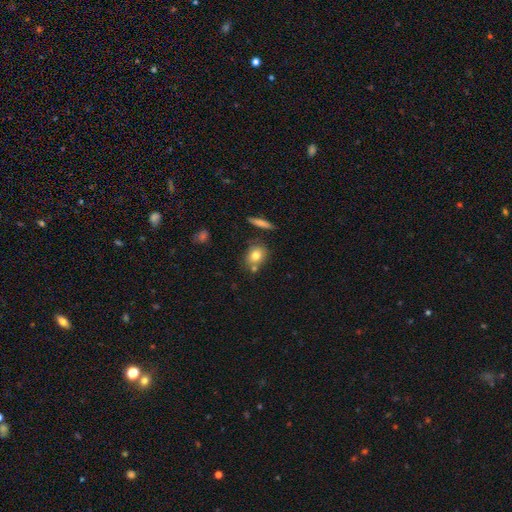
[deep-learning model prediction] Q: Smooth or featured?
A: smooth (76%); runner-up: featured or disk (14%)
Q: How rounded?
A: round (54%); runner-up: in between (43%)
Q: Merging?
A: none (66%); runner-up: merger (17%)